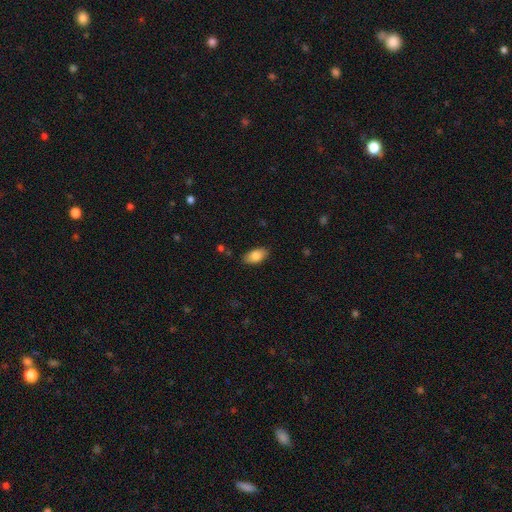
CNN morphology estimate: Overall: smooth (83%). How rounded: in between (93%). Merging: none (85%).